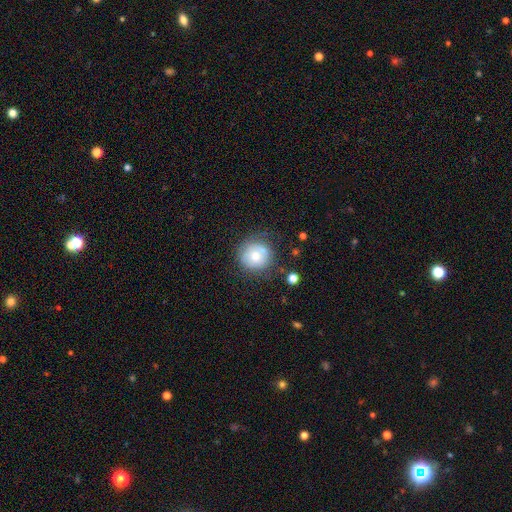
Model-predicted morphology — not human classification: Smooth or featured? smooth (64%)
How rounded? round (92%)
Merging? none (71%)